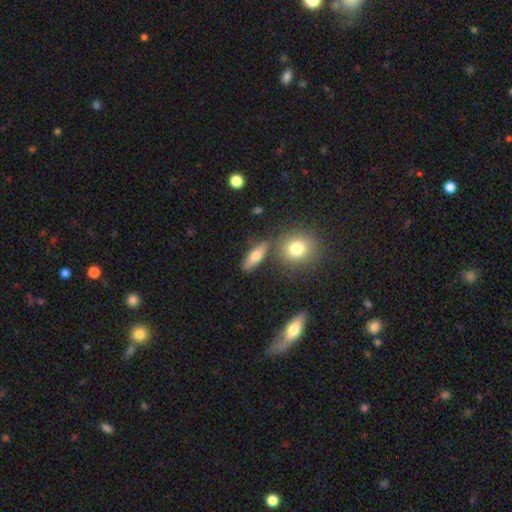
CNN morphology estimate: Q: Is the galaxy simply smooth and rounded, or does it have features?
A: smooth — 68%.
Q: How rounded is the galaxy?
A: in between — 50%.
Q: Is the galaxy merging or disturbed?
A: none — 76%.